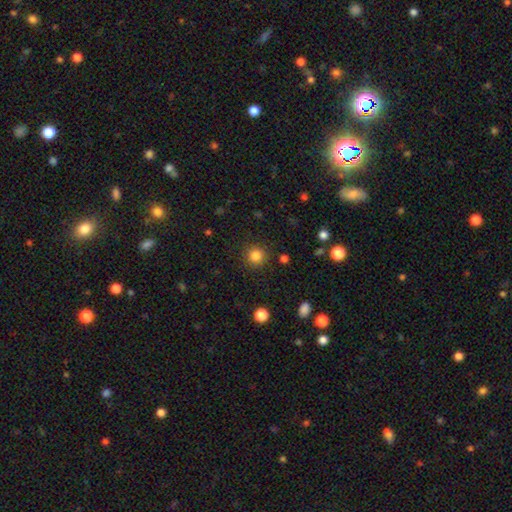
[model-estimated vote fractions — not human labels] smooth_or_featured: smooth (p=0.84) [alt: star or artifact p=0.12]
how_rounded: round (p=0.94) [alt: in between p=0.05]
merging: none (p=0.90) [alt: minor disturbance p=0.06]